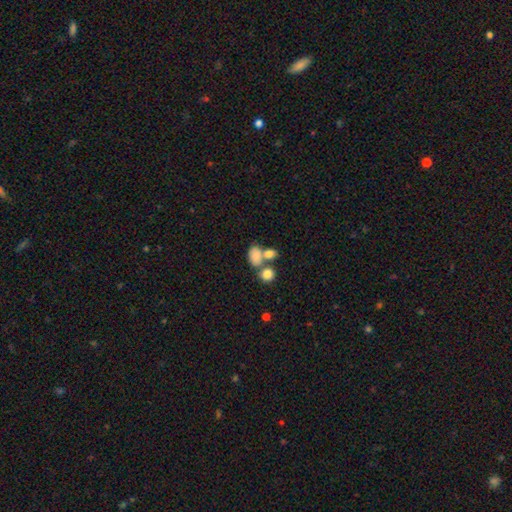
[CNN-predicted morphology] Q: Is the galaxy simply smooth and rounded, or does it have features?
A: smooth — 79%.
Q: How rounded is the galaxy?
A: in between — 80%.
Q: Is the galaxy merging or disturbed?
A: merger — 47%.